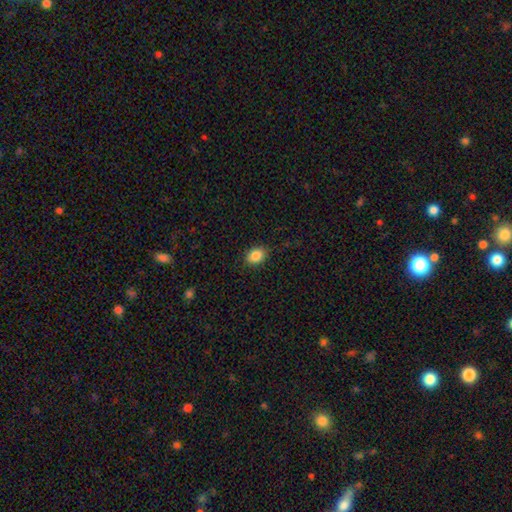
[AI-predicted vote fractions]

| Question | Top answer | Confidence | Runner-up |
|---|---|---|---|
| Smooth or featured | smooth | 87% | star or artifact (9%) |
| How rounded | in between | 67% | round (32%) |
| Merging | none | 87% | minor disturbance (10%) |